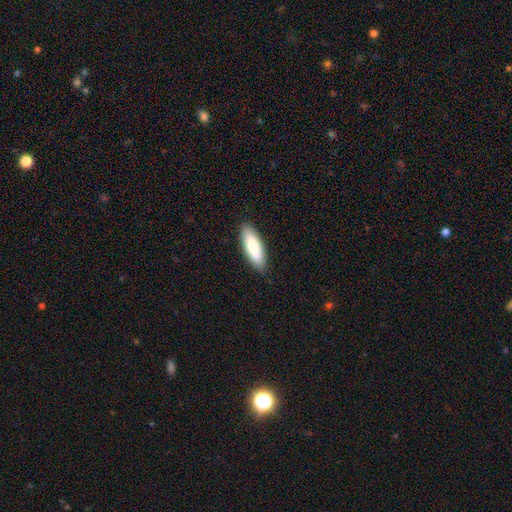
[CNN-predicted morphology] A smooth galaxy with no disk features (78%) that is in between round and cigar-shaped (61%). Merging: none (87%).